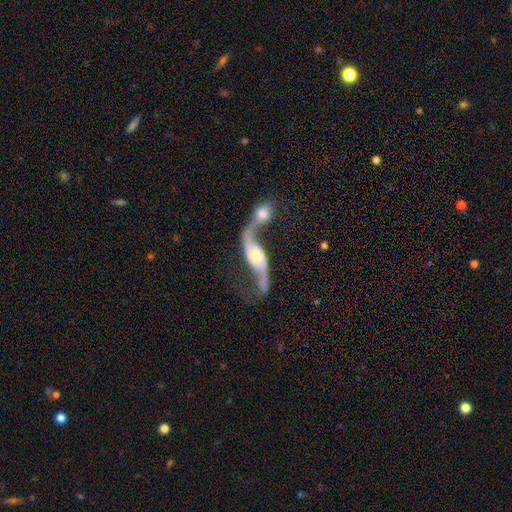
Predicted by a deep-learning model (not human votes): Smooth or featured?
  - featured or disk: 86% *
  - smooth: 9%
  - star or artifact: 5%
Edge-on disk?
  - no: 90% *
  - yes: 10%
Bar?
  - no: 50% *
  - weak: 34%
  - strong: 16%
Spiral arms?
  - yes: 94% *
  - no: 6%
Spiral winding?
  - loose: 84% *
  - medium: 12%
  - tight: 3%
Spiral arm count?
  - 2: 92% *
  - can't tell: 3%
  - 1: 3%
  - 3: 1%
  - 4: 1%
  - more than 4: 1%
Bulge size?
  - small: 43% *
  - moderate: 42%
  - large: 7%
  - none: 6%
  - dominant: 2%
Merging?
  - merger: 61% *
  - none: 22%
  - major disturbance: 9%
  - minor disturbance: 8%